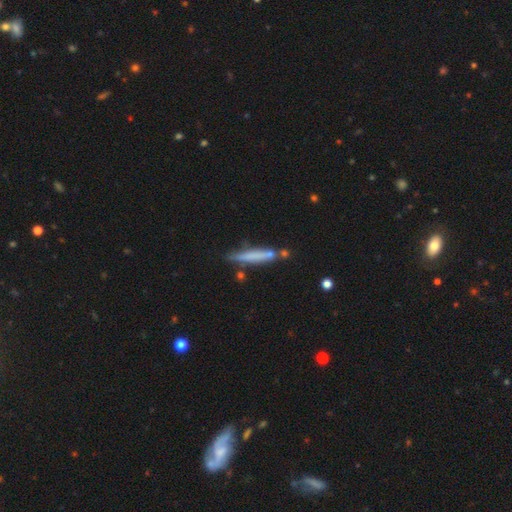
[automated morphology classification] smooth-or-featured: smooth: 62% | featured or disk: 31% | star or artifact: 7%
  how-rounded: cigar-shaped: 94% | in between: 5% | round: 1%
  merging: none: 73% | minor disturbance: 16% | merger: 8% | major disturbance: 3%